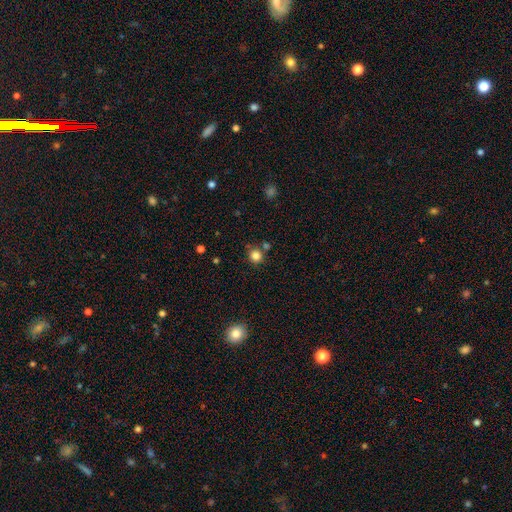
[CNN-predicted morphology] Q: Smooth or featured?
A: smooth (82%); runner-up: star or artifact (13%)
Q: How rounded?
A: round (91%); runner-up: in between (8%)
Q: Merging?
A: none (78%); runner-up: minor disturbance (10%)